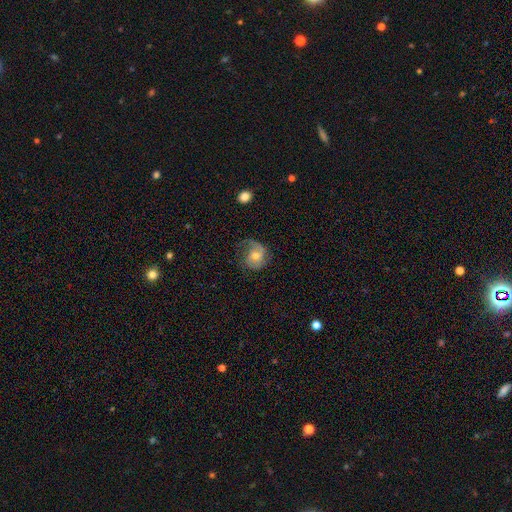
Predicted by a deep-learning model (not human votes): Smooth or featured?
  - featured or disk: 71% *
  - smooth: 22%
  - star or artifact: 7%
Edge-on disk?
  - no: 97% *
  - yes: 3%
Bar?
  - no: 67% *
  - weak: 27%
  - strong: 5%
Spiral arms?
  - yes: 92% *
  - no: 8%
Spiral winding?
  - medium: 43% *
  - tight: 29%
  - loose: 28%
Spiral arm count?
  - 2: 53% *
  - 1: 30%
  - can't tell: 9%
  - 3: 5%
  - 4: 1%
  - more than 4: 1%
Bulge size?
  - moderate: 65% *
  - small: 29%
  - large: 4%
  - none: 2%
  - dominant: 1%
Merging?
  - none: 55% *
  - minor disturbance: 24%
  - major disturbance: 19%
  - merger: 2%